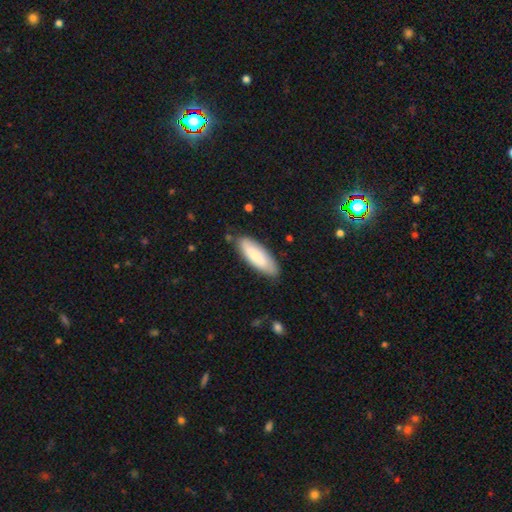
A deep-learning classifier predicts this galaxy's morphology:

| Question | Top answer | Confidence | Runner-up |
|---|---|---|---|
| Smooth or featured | smooth | 74% | featured or disk (20%) |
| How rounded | in between | 64% | cigar-shaped (35%) |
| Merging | none | 79% | minor disturbance (16%) |